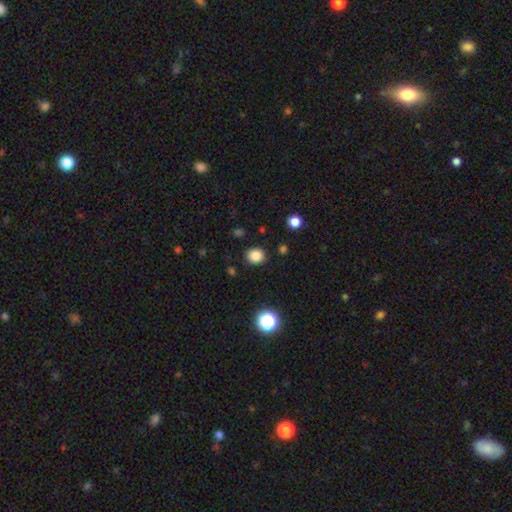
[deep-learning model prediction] This is clearly a smooth galaxy (84%). How rounded: likely round (76%). Merging: clearly none (88%).